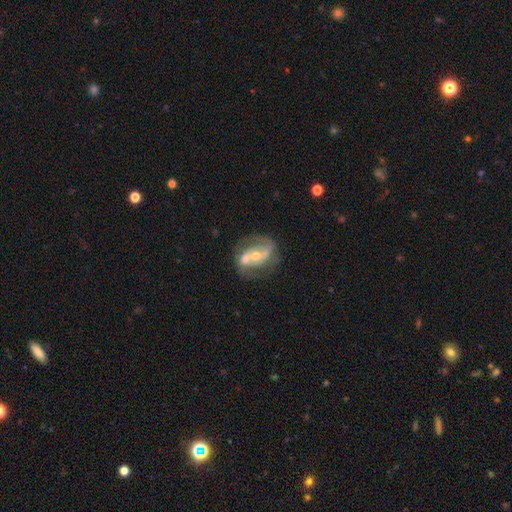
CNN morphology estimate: Smooth or featured: featured or disk — 77% (smooth — 17%)
Edge-on disk: no — 97% (yes — 3%)
Bar: no — 54% (weak — 33%)
Spiral arms: yes — 80% (no — 20%)
Spiral winding: medium — 47% (loose — 27%)
Spiral arm count: 2 — 73% (can't tell — 12%)
Bulge size: moderate — 63% (small — 31%)
Merging: merger — 37% (none — 36%)